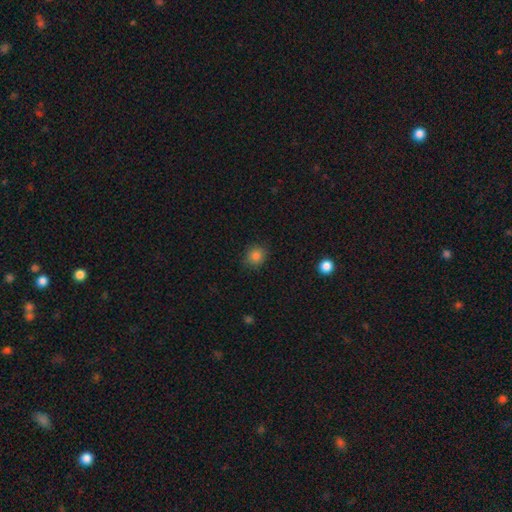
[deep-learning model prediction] Smooth or featured? smooth (84%)
How rounded? round (76%)
Merging? none (86%)